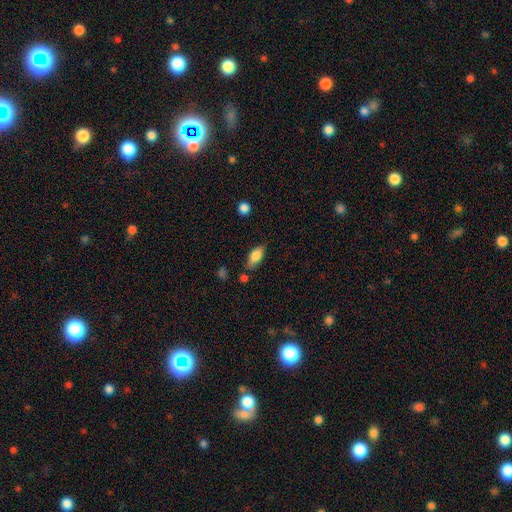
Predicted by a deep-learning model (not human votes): Smooth or featured? smooth (80%)
How rounded? in between (85%)
Merging? none (75%)